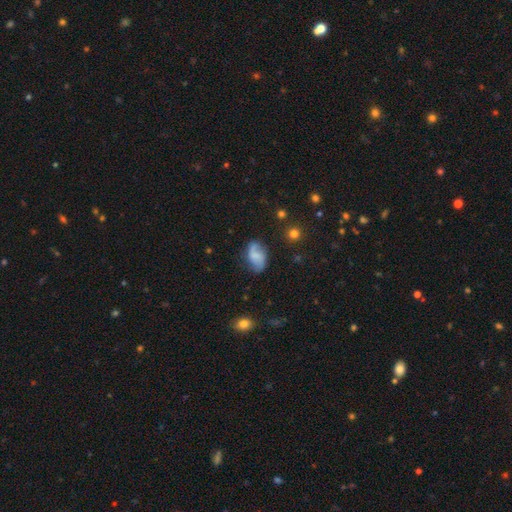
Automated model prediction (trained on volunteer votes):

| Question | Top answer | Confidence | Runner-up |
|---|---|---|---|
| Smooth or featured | smooth | 48% | featured or disk (43%) |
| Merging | none | 62% | minor disturbance (25%) |